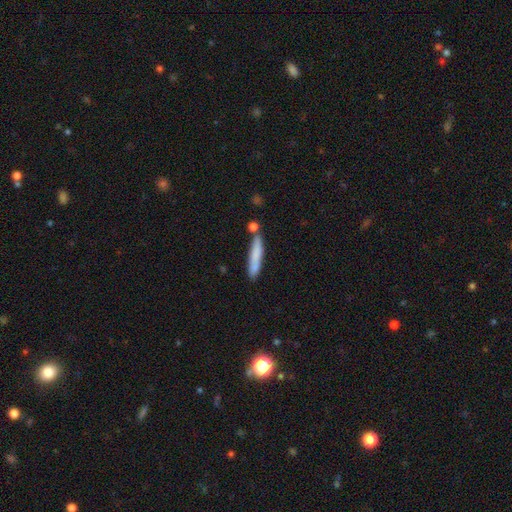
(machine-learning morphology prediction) Q: Smooth or featured?
A: smooth (75%); runner-up: featured or disk (19%)
Q: How rounded?
A: cigar-shaped (89%); runner-up: in between (9%)
Q: Merging?
A: none (72%); runner-up: minor disturbance (15%)